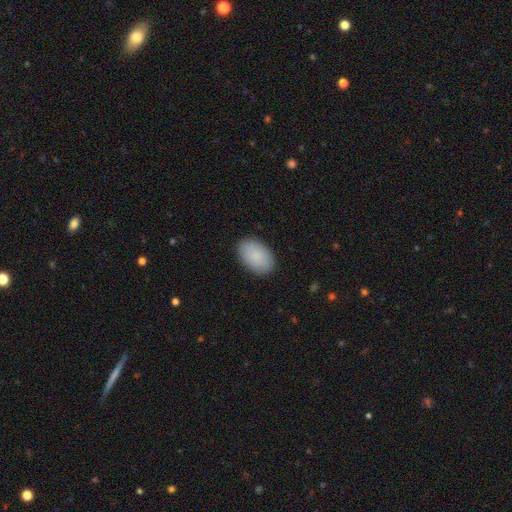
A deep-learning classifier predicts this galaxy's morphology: Smooth or featured? Predicted: smooth (p=0.88). How rounded? Predicted: in between (p=0.91). Merging? Predicted: none (p=0.89).